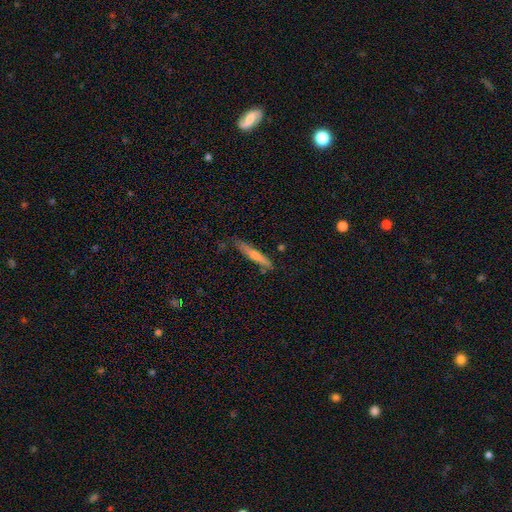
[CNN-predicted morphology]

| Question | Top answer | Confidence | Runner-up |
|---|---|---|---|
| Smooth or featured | smooth | 65% | featured or disk (29%) |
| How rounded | cigar-shaped | 92% | in between (6%) |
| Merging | none | 75% | minor disturbance (18%) |